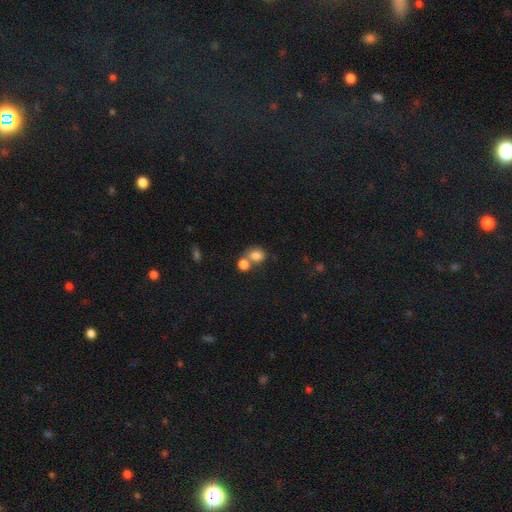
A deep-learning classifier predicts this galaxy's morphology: A smooth galaxy with no disk features (80%) that is round (60%). Merging: merger (49%).